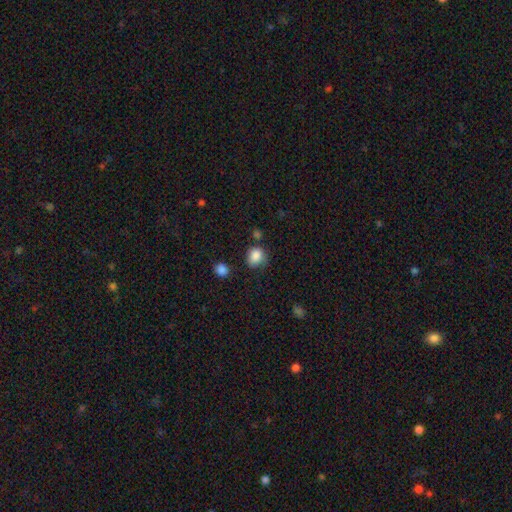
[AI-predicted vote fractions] smooth-or-featured: smooth: 85% | star or artifact: 10% | featured or disk: 5%
  how-rounded: round: 69% | in between: 30% | cigar-shaped: 1%
  merging: none: 62% | minor disturbance: 26% | major disturbance: 7% | merger: 6%